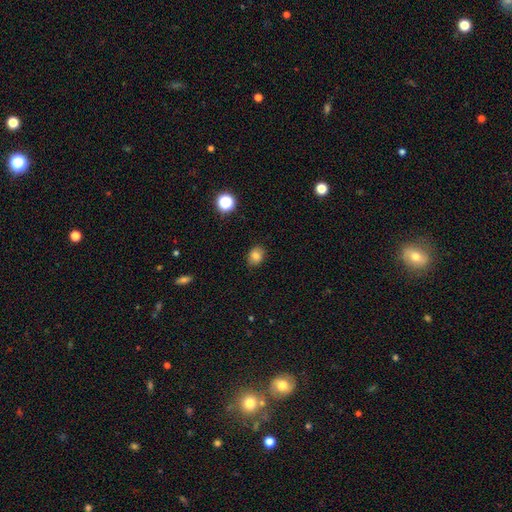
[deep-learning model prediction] Q: Smooth or featured?
A: smooth (80%); runner-up: star or artifact (12%)
Q: How rounded?
A: in between (54%); runner-up: round (45%)
Q: Merging?
A: none (84%); runner-up: minor disturbance (12%)